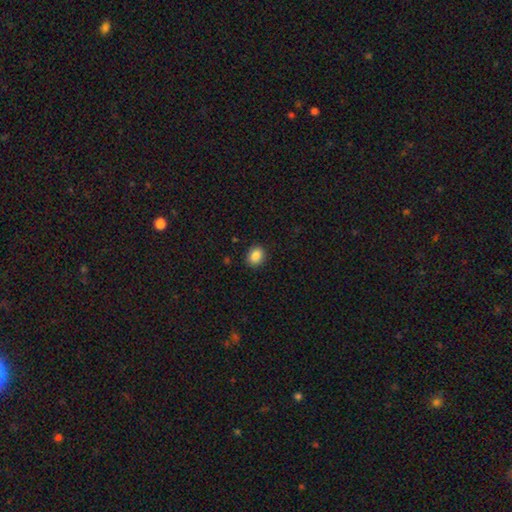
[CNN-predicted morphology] Smooth or featured?
  - smooth: 87% *
  - star or artifact: 9%
  - featured or disk: 4%
How rounded?
  - round: 51% *
  - in between: 48%
  - cigar-shaped: 1%
Merging?
  - none: 89% *
  - minor disturbance: 8%
  - major disturbance: 2%
  - merger: 1%